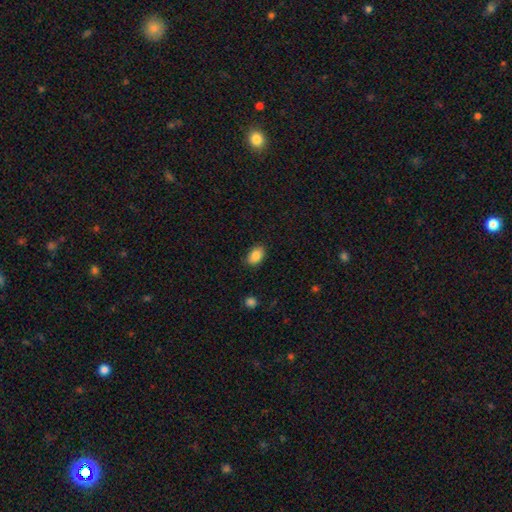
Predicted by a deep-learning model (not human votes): This appears to be a smooth galaxy with no disk features (86%) that is in between round and cigar-shaped (83%). Merging: none (86%).